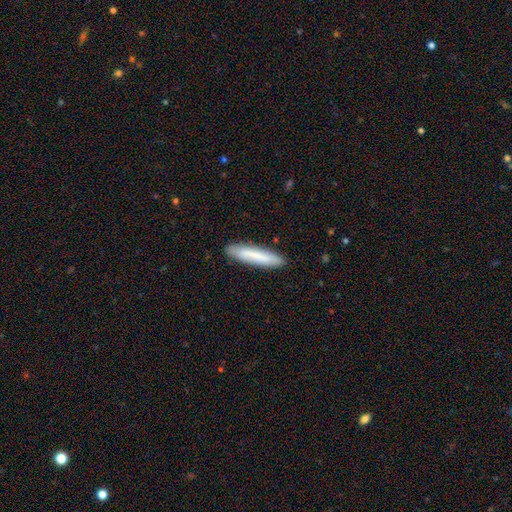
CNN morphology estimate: type=smooth (77%); roundness=cigar-shaped (88%); merging=none (88%).